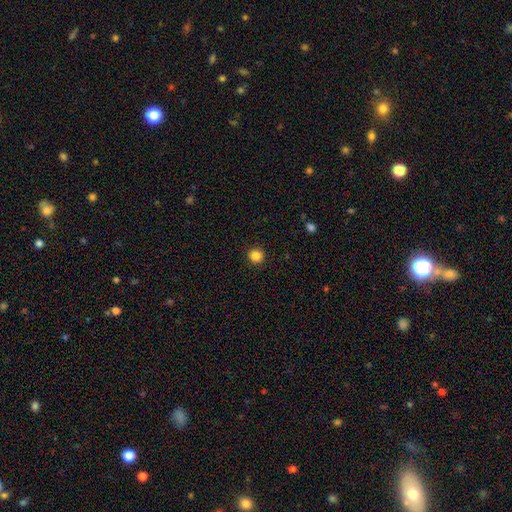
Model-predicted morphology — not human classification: A smooth galaxy with no disk features (85%) that is round (95%). Merging: none (93%).